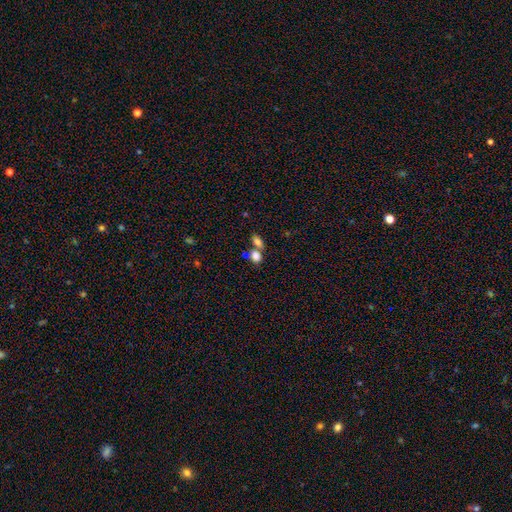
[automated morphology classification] smooth-or-featured: smooth: 80% | star or artifact: 11% | featured or disk: 9%
  how-rounded: in between: 70% | round: 27% | cigar-shaped: 2%
  merging: merger: 52% | none: 34% | minor disturbance: 9% | major disturbance: 5%